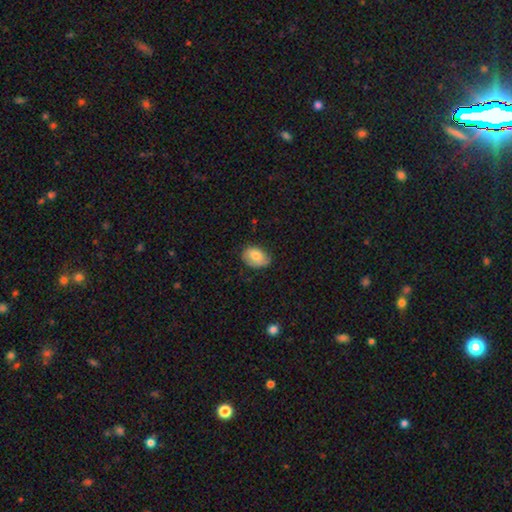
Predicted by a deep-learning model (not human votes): Q: Smooth or featured?
A: smooth (73%); runner-up: featured or disk (20%)
Q: How rounded?
A: in between (79%); runner-up: round (20%)
Q: Merging?
A: none (60%); runner-up: minor disturbance (32%)